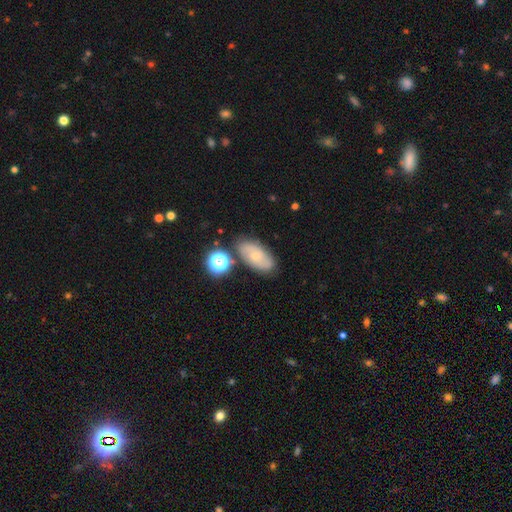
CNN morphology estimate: smooth_or_featured: smooth (p=0.48) [alt: featured or disk p=0.40]
merging: none (p=0.72) [alt: minor disturbance p=0.16]